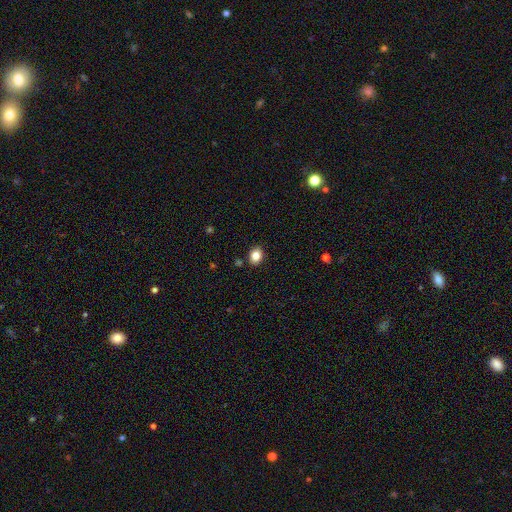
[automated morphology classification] A smooth galaxy with no disk features (84%) that is in between round and cigar-shaped (62%).

Vote fractions:
- Smooth or featured? smooth: 84% / star or artifact: 10% / featured or disk: 7%
- How rounded? in between: 62% / round: 37% / cigar-shaped: 1%
- Merging? none: 87% / minor disturbance: 9% / merger: 2% / major disturbance: 2%